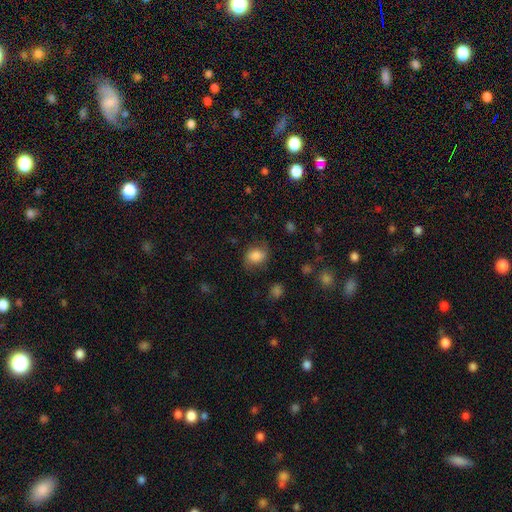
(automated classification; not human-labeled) Morphology: type=smooth (78%); roundness=in between (58%); merging=none (67%).